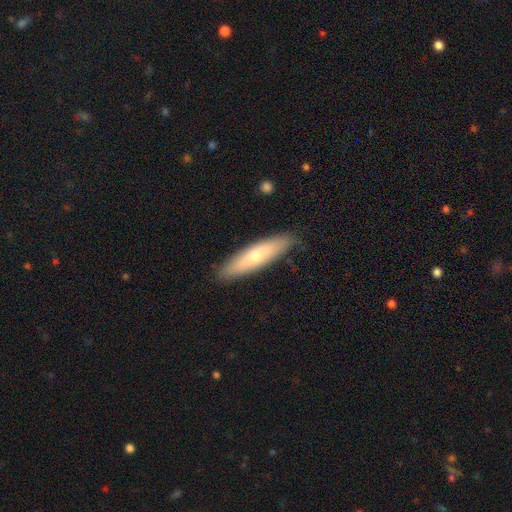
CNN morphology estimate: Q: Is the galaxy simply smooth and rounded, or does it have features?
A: smooth — 55%.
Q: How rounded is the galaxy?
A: cigar-shaped — 80%.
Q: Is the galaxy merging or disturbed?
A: none — 88%.